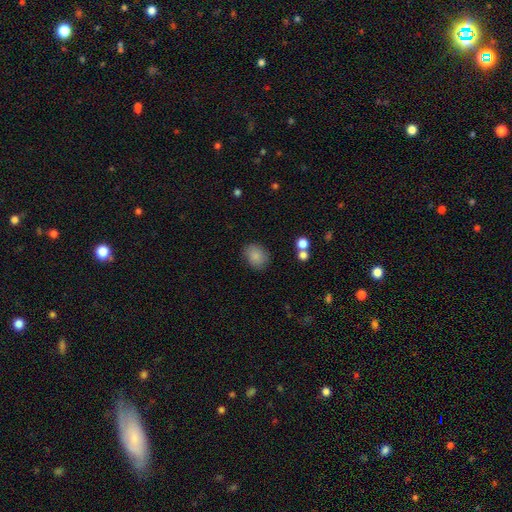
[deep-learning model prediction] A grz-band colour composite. It shows a smooth galaxy with no disk features (86%) that is in between round and cigar-shaped (54%). Merging: none (82%).